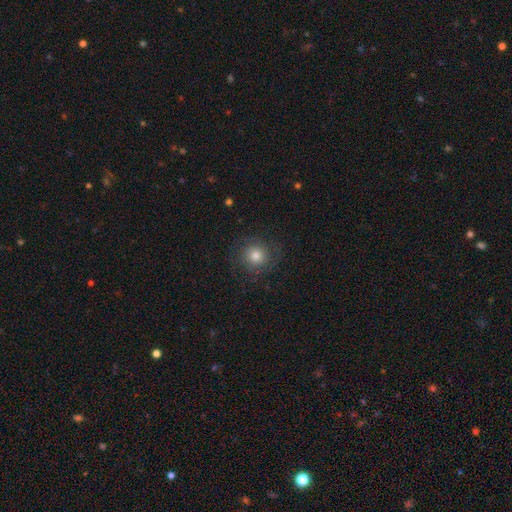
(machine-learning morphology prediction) This is likely a smooth galaxy (61%). How rounded: clearly round (90%). Merging: likely none (80%).